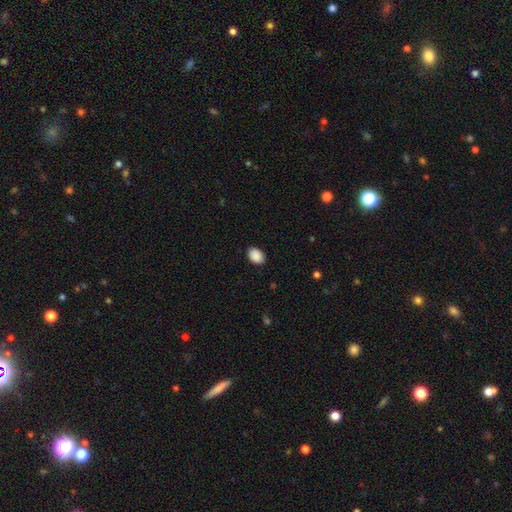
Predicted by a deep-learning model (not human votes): smooth-or-featured: smooth: 90% | star or artifact: 7% | featured or disk: 3%
  how-rounded: in between: 78% | round: 21% | cigar-shaped: 1%
  merging: none: 88% | minor disturbance: 9% | major disturbance: 2% | merger: 1%